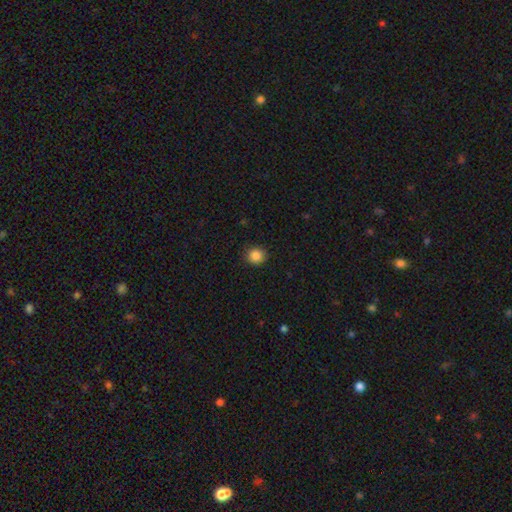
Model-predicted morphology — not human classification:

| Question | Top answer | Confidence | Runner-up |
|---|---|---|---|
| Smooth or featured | smooth | 87% | star or artifact (10%) |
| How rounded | round | 89% | in between (10%) |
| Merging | none | 90% | minor disturbance (7%) |